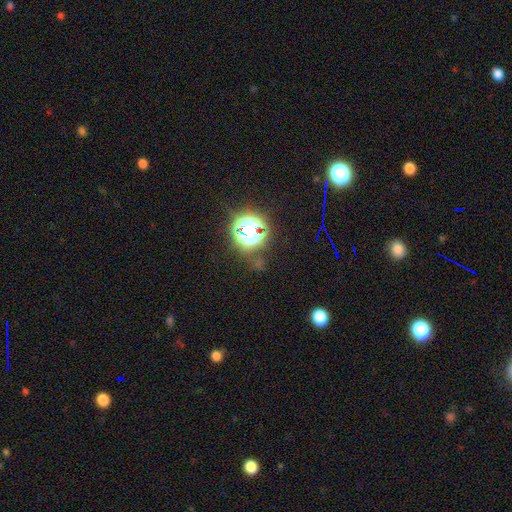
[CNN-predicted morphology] Smooth or featured: star or artifact — 75% (smooth — 18%)